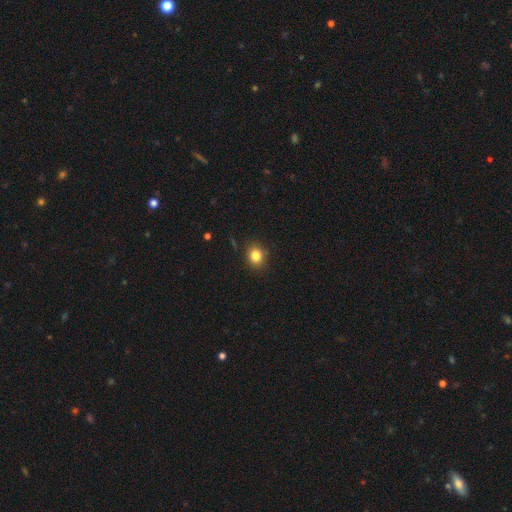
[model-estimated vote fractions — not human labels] Smooth or featured? smooth (83%)
How rounded? round (66%)
Merging? none (87%)